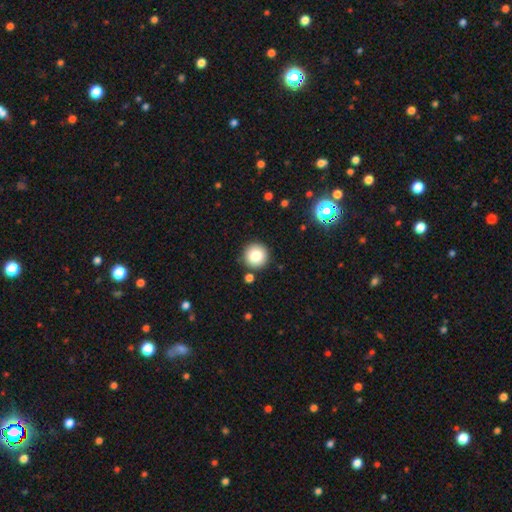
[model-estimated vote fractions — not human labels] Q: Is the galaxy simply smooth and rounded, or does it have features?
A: smooth — 82%.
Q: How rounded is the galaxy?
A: round — 96%.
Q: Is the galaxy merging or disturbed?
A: none — 88%.